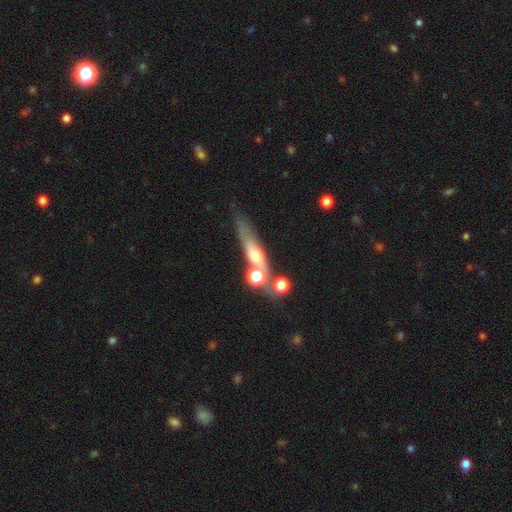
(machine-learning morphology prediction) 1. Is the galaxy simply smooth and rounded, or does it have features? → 45% featured or disk, 41% smooth, 15% star or artifact.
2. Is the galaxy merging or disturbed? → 52% none, 23% merger, 16% minor disturbance, 10% major disturbance.